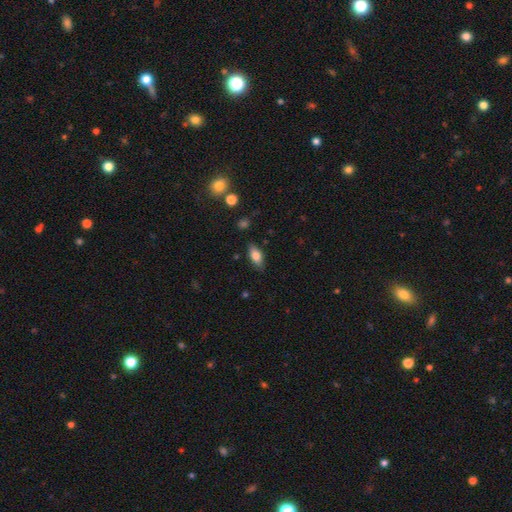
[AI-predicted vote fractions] Smooth or featured?
  - smooth: 78% *
  - featured or disk: 14%
  - star or artifact: 8%
How rounded?
  - in between: 86% *
  - cigar-shaped: 10%
  - round: 4%
Merging?
  - none: 83% *
  - minor disturbance: 13%
  - major disturbance: 3%
  - merger: 2%